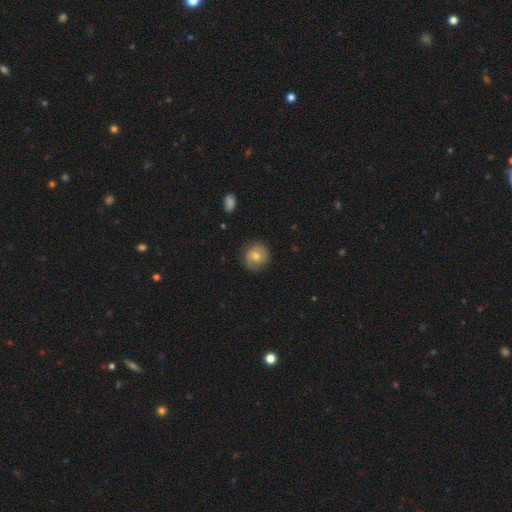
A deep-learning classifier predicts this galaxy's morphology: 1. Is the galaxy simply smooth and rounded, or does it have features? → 64% smooth, 27% featured or disk, 9% star or artifact.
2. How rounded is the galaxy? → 88% round, 11% in between, 1% cigar-shaped.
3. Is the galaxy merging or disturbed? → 81% none, 14% minor disturbance, 4% major disturbance, 1% merger.